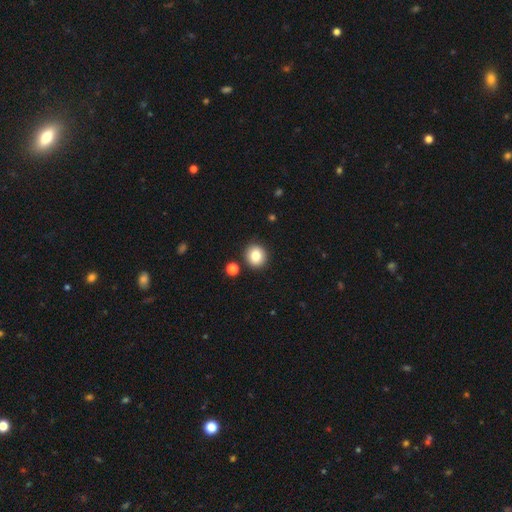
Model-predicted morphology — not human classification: smooth_or_featured: smooth (p=0.83) [alt: star or artifact p=0.10]
how_rounded: round (p=0.86) [alt: in between p=0.13]
merging: none (p=0.88) [alt: minor disturbance p=0.06]